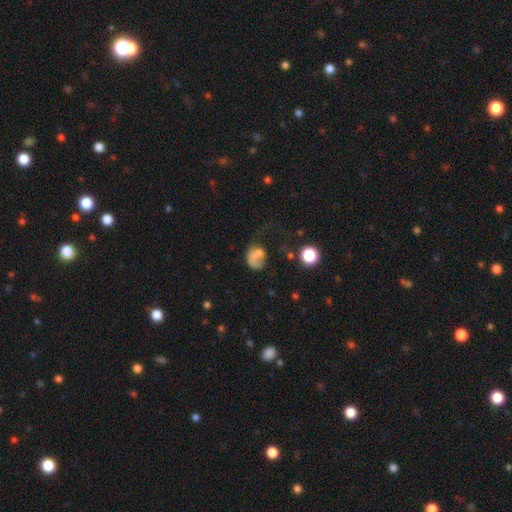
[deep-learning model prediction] smooth_or_featured: smooth (p=0.58) [alt: featured or disk p=0.29]
how_rounded: in between (p=0.53) [alt: round p=0.46]
merging: major disturbance (p=0.39) [alt: none p=0.31]